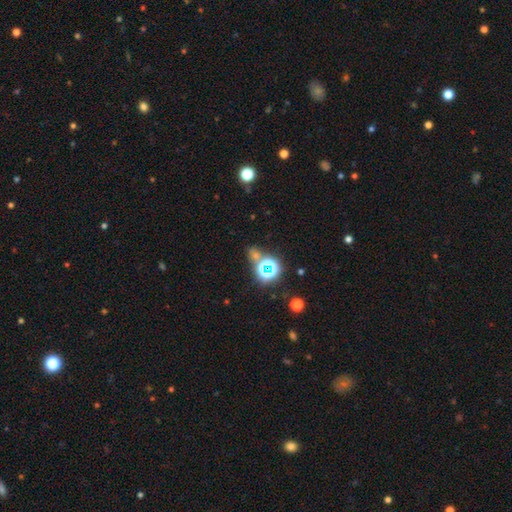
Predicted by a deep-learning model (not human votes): Smooth or featured? Predicted: star or artifact (p=0.67).